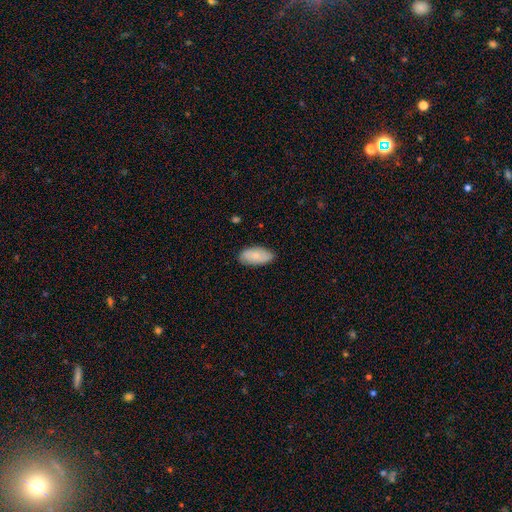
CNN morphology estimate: This is likely a smooth galaxy (79%). How rounded: clearly in between (94%). Merging: clearly none (84%).